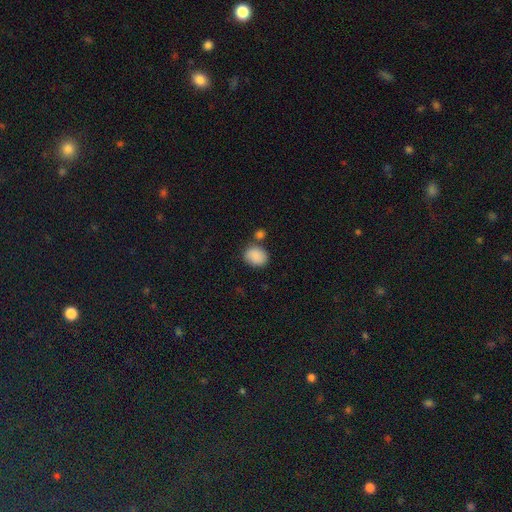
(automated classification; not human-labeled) A smooth galaxy with no disk features (86%) that is round (50%). Merging: none (67%).